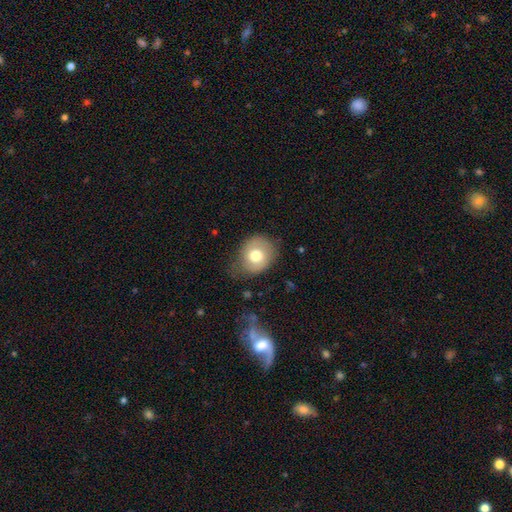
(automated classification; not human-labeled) A smooth galaxy with no disk features (70%) that is round (64%). Merging: none (62%).